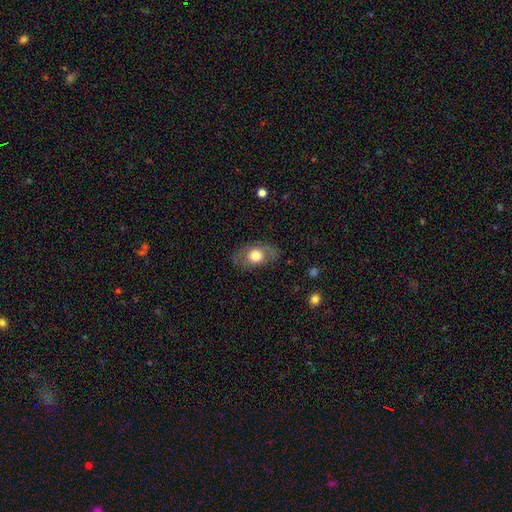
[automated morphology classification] A smooth galaxy with no disk features (62%) that is in between round and cigar-shaped (73%).

Vote fractions:
- Smooth or featured? smooth: 62% / featured or disk: 31% / star or artifact: 7%
- How rounded? in between: 73% / round: 25% / cigar-shaped: 2%
- Merging? none: 75% / minor disturbance: 16% / major disturbance: 8% / merger: 1%